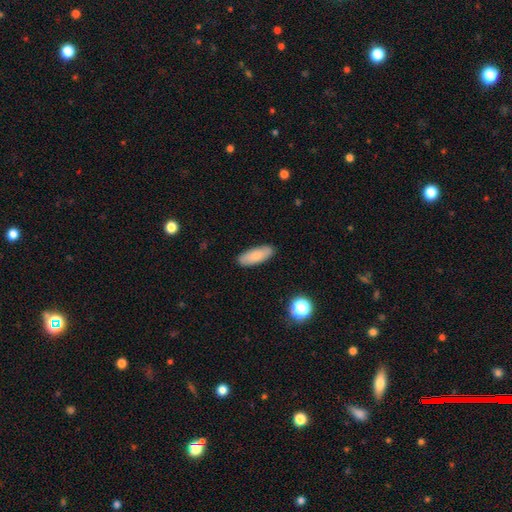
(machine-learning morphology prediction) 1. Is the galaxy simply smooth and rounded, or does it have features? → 80% smooth, 14% featured or disk, 7% star or artifact.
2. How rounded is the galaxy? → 73% in between, 25% cigar-shaped, 2% round.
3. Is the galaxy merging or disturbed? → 88% none, 9% minor disturbance, 2% major disturbance, 1% merger.